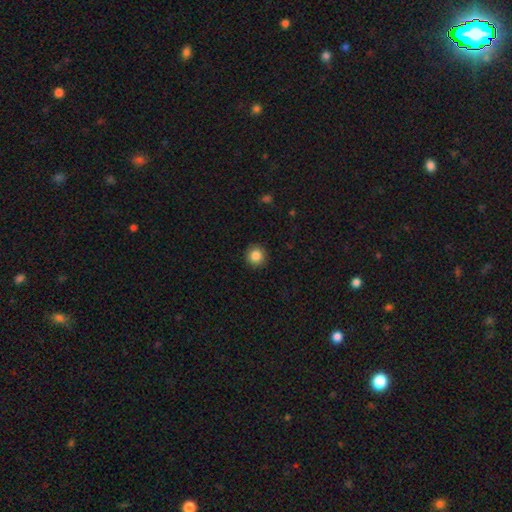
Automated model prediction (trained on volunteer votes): This is clearly a smooth galaxy (86%). How rounded: clearly round (95%). Merging: clearly none (92%).